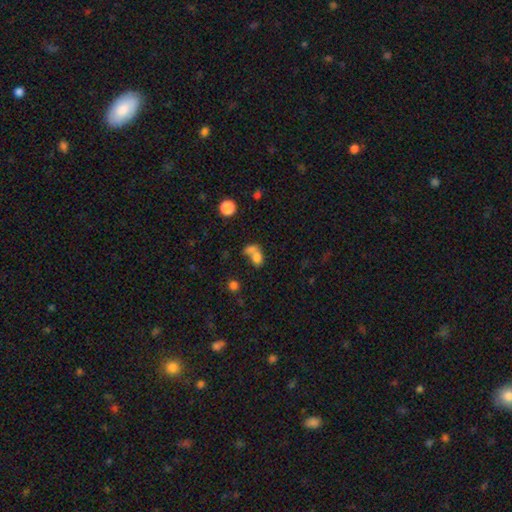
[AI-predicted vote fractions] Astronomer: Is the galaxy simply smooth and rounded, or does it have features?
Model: smooth — 73%.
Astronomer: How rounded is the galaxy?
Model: in between — 64%.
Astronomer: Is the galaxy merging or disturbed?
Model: merger — 65%.